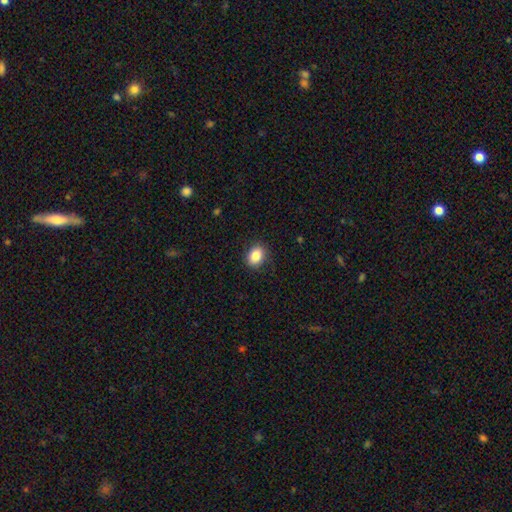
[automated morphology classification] This is clearly a smooth galaxy (86%). How rounded: possibly in between (59%). Merging: clearly none (88%).